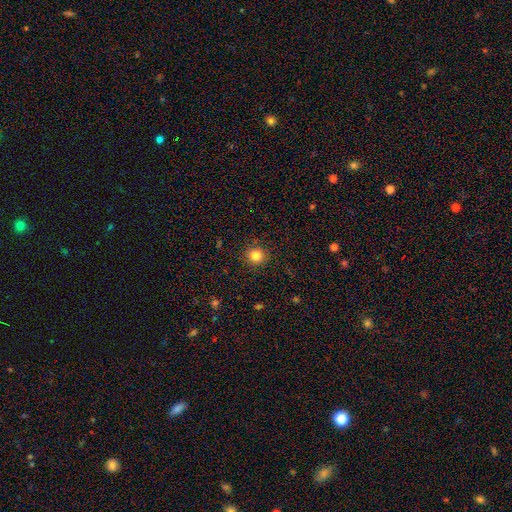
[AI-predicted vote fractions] Q: Smooth or featured?
A: smooth (83%); runner-up: star or artifact (12%)
Q: How rounded?
A: round (92%); runner-up: in between (7%)
Q: Merging?
A: none (90%); runner-up: minor disturbance (7%)